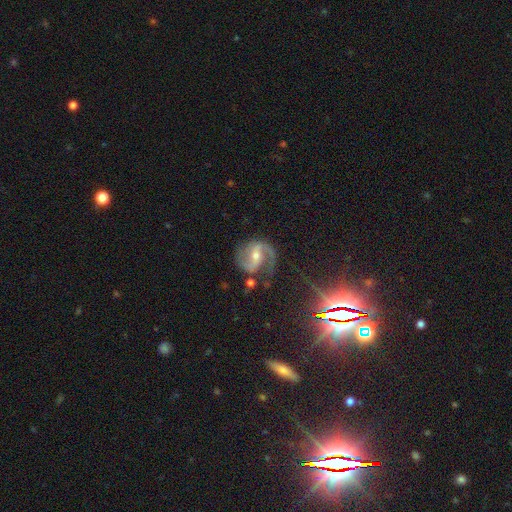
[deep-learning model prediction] smooth-or-featured: featured or disk: 86% | star or artifact: 7% | smooth: 7%
  disk-edge-on: no: 98% | yes: 2%
    bar: weak: 42% | strong: 32% | no: 26%
    has-spiral-arms: yes: 97% | no: 3%
      spiral-winding: medium: 56% | loose: 27% | tight: 17%
      spiral-arm-count: 2: 90% | 1: 3% | can't tell: 3% | 3: 2% | 4: 1% | more than 4: 1%
    bulge-size: moderate: 56% | small: 40% | large: 2% | none: 1% | dominant: 1%
  merging: none: 73% | minor disturbance: 16% | major disturbance: 8% | merger: 3%